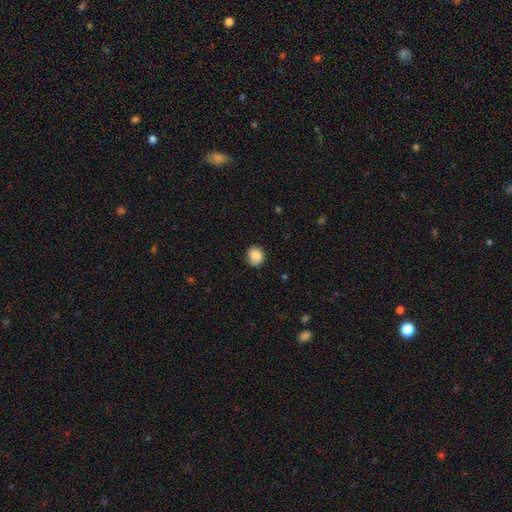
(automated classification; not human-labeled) Overall: smooth (86%). How rounded: round (77%). Merging: none (80%).